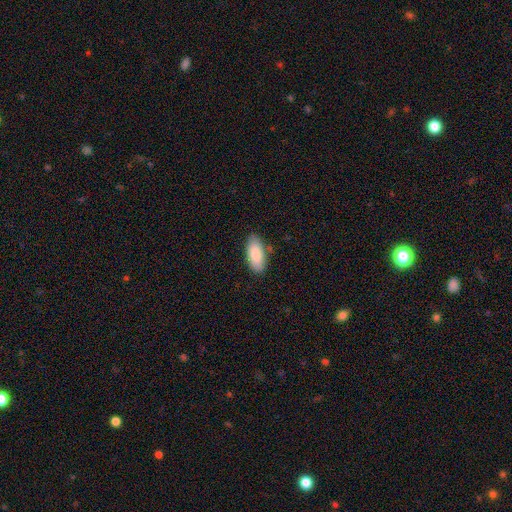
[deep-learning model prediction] Morphology: type=smooth (87%); roundness=in between (89%); merging=none (82%).